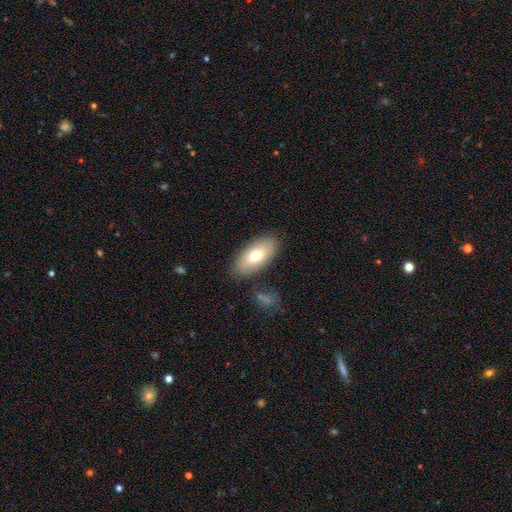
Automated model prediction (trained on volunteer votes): A smooth galaxy with no disk features (70%) that is in between round and cigar-shaped (90%). Merging: none (83%).